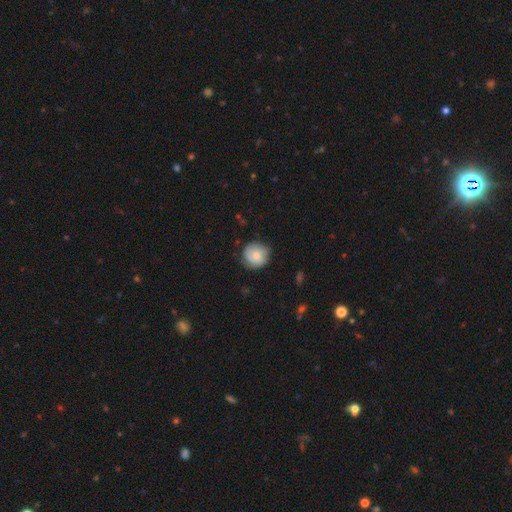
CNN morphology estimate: Smooth or featured? Predicted: smooth (p=0.60). How rounded? Predicted: round (p=0.88). Merging? Predicted: none (p=0.73).